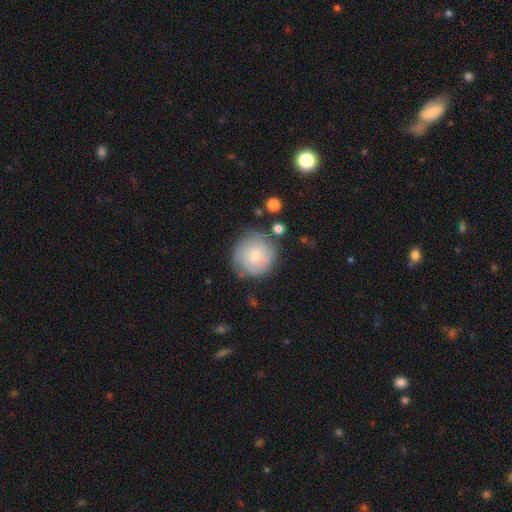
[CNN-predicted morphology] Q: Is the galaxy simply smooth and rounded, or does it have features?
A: smooth — 47%.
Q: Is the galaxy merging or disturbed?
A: none — 74%.